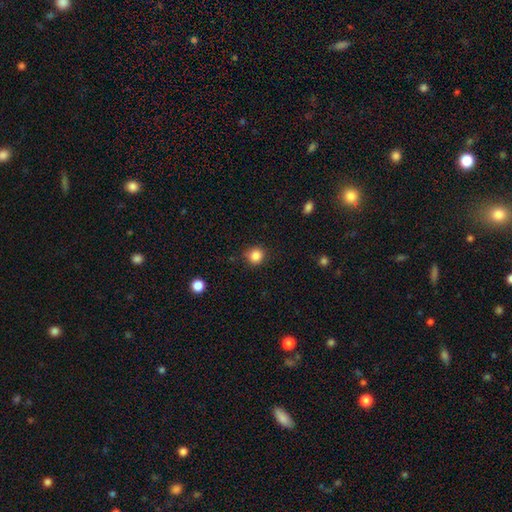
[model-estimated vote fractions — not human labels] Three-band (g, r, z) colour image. It shows a smooth galaxy with no disk features (85%) that is round (88%). Merging: none (84%).